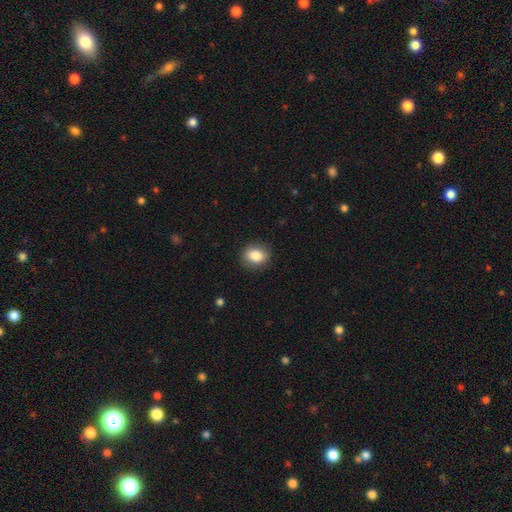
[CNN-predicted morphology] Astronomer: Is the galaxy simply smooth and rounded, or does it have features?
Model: smooth — 83%.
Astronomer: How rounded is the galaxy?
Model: round — 55% (runner-up: in between, 44%).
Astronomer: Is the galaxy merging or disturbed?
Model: none — 87%.